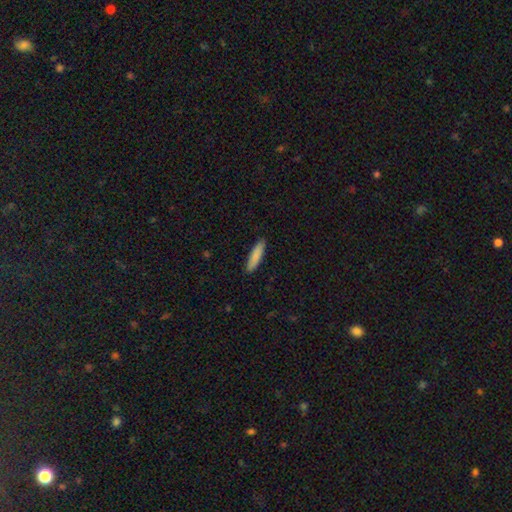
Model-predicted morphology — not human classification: This is clearly a smooth galaxy (87%). How rounded: likely cigar-shaped (80%). Merging: clearly none (89%).